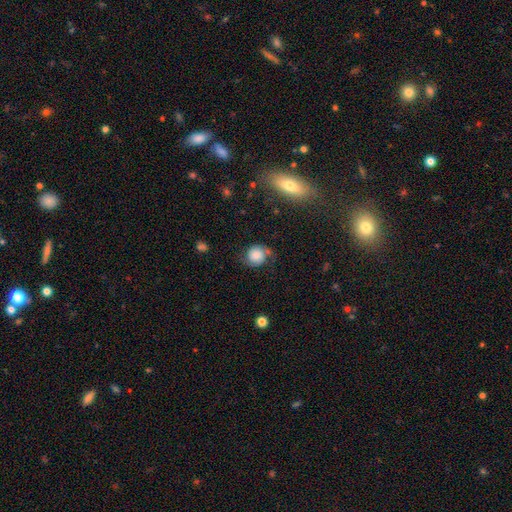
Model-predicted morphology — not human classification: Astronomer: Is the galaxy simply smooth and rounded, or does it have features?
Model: smooth — 55% (runner-up: featured or disk, 35%).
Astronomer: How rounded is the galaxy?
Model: round — 82%.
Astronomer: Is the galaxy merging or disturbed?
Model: none — 62%.